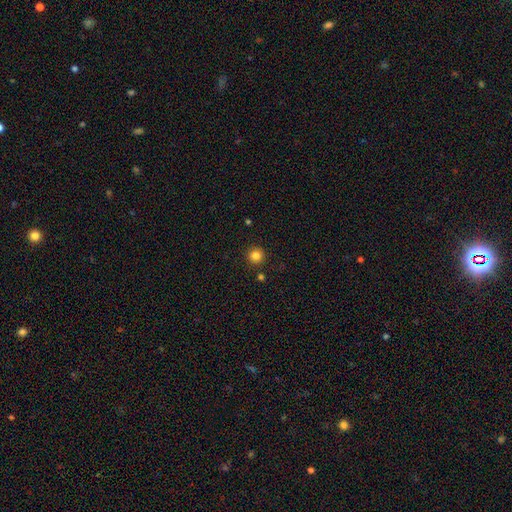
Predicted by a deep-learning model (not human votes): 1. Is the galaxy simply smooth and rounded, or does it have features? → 83% smooth, 12% star or artifact, 4% featured or disk.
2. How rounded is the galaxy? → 95% round, 4% in between, 1% cigar-shaped.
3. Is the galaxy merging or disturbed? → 91% none, 5% minor disturbance, 3% merger, 2% major disturbance.